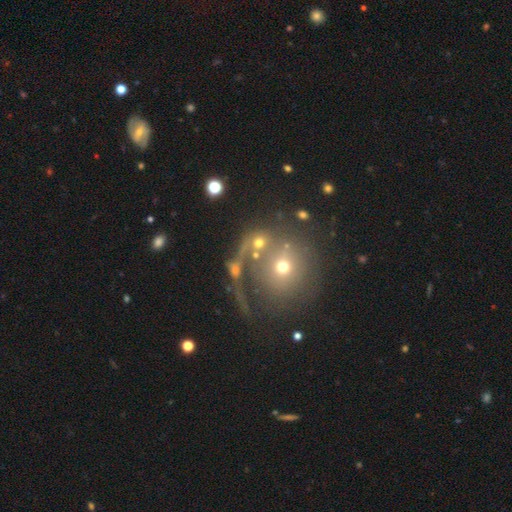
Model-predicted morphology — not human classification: Smooth or featured: smooth — 48% (featured or disk — 26%)
Merging: none — 50% (merger — 23%)